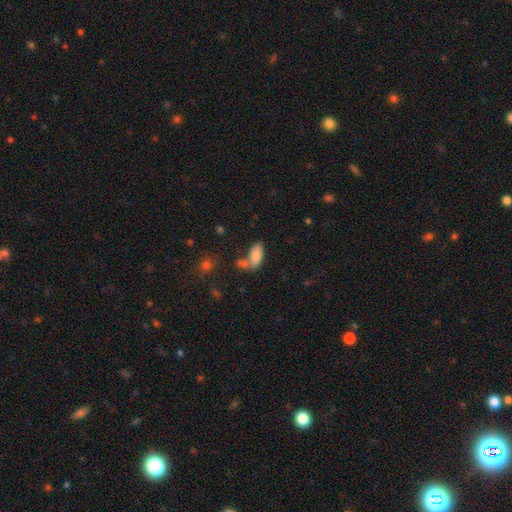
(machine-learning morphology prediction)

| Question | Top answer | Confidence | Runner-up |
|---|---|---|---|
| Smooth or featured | smooth | 81% | featured or disk (11%) |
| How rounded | in between | 91% | cigar-shaped (6%) |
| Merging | none | 50% | merger (25%) |